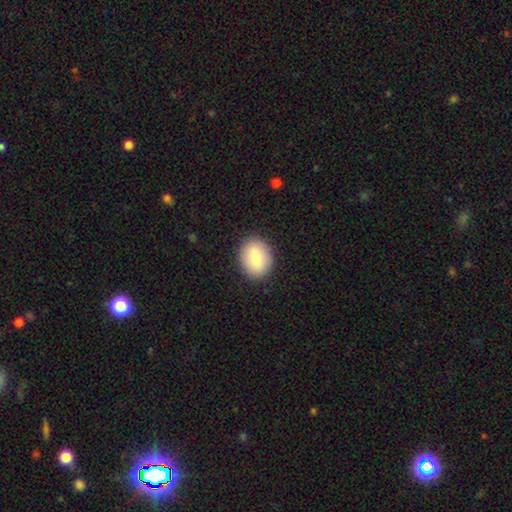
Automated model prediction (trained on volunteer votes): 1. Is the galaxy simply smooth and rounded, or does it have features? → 81% smooth, 11% featured or disk, 7% star or artifact.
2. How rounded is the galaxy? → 63% in between, 35% round, 1% cigar-shaped.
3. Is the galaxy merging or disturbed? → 87% none, 9% minor disturbance, 3% major disturbance, 1% merger.